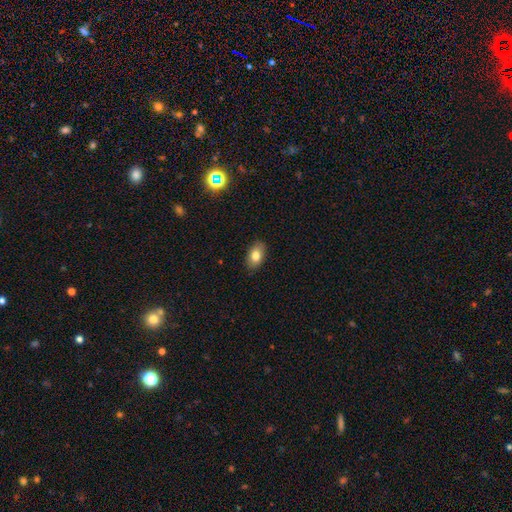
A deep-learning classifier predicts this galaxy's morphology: smooth-or-featured: smooth: 81% | featured or disk: 11% | star or artifact: 8%
  how-rounded: in between: 89% | round: 9% | cigar-shaped: 2%
  merging: none: 87% | minor disturbance: 10% | major disturbance: 2% | merger: 1%